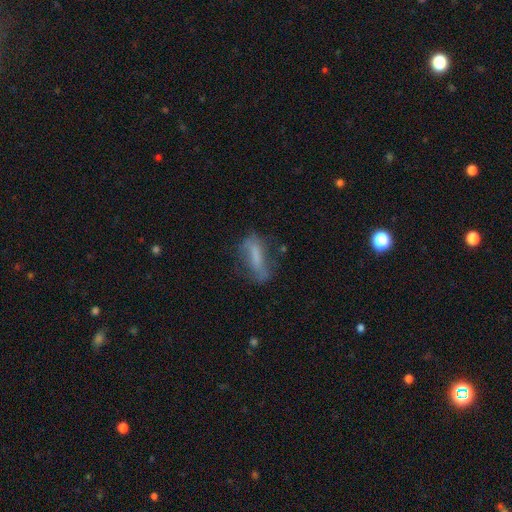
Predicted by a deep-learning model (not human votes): This appears to be a smooth galaxy with no disk features (51%) that is cigar-shaped (52%). Merging: none (54%).